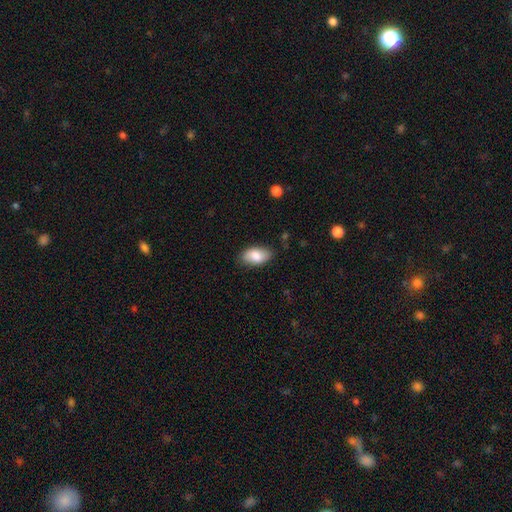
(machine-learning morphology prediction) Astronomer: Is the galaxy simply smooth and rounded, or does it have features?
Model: smooth — 84%.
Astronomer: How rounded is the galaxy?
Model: in between — 94%.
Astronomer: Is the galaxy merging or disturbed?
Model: none — 81%.